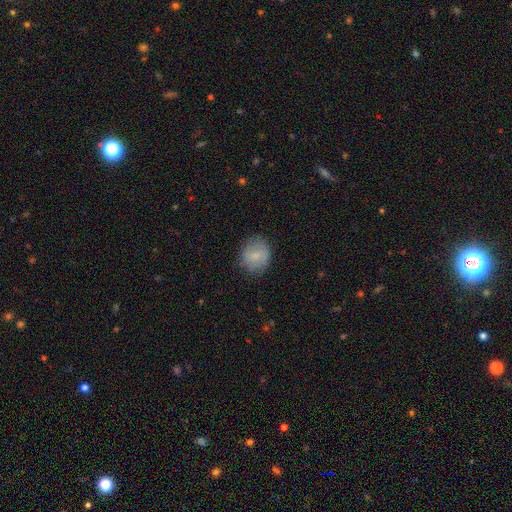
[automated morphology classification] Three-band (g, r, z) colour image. It shows a smooth galaxy with no disk features (79%) that is round (76%). Merging: none (82%).